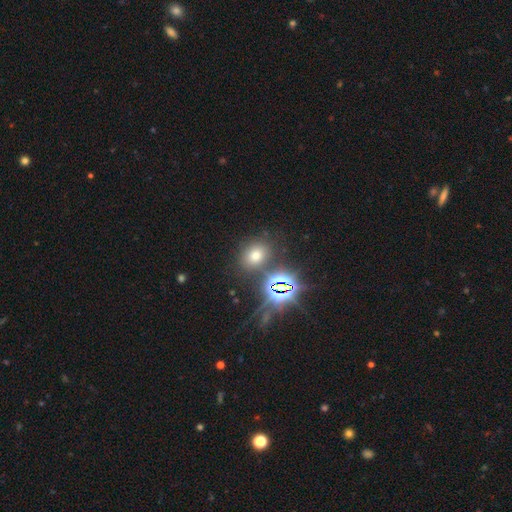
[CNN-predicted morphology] Q: Smooth or featured?
A: smooth (58%); runner-up: star or artifact (33%)
Q: How rounded?
A: round (49%); tied with: in between (49%)
Q: Merging?
A: none (78%); runner-up: minor disturbance (10%)